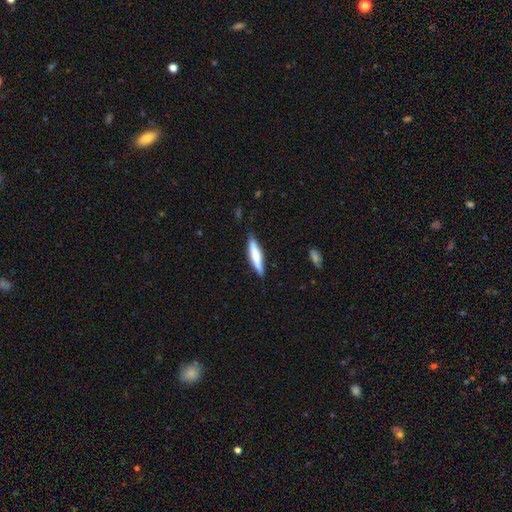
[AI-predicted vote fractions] Smooth or featured? Predicted: smooth (p=0.65). How rounded? Predicted: cigar-shaped (p=0.84). Merging? Predicted: none (p=0.83).